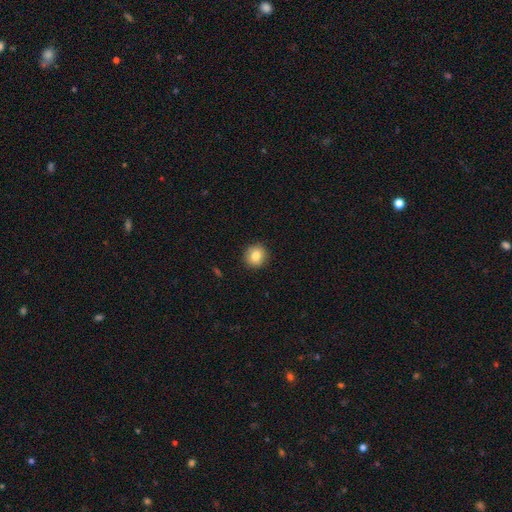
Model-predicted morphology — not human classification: Overall: smooth (83%). How rounded: round (90%). Merging: none (91%).